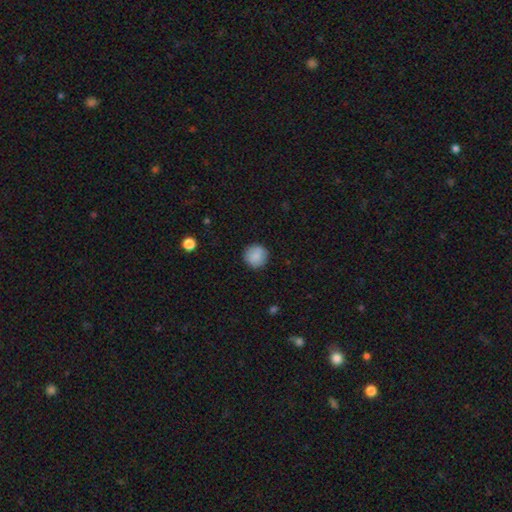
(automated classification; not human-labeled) Q: Smooth or featured?
A: smooth (87%); runner-up: star or artifact (8%)
Q: How rounded?
A: round (95%); runner-up: in between (4%)
Q: Merging?
A: none (91%); runner-up: minor disturbance (7%)